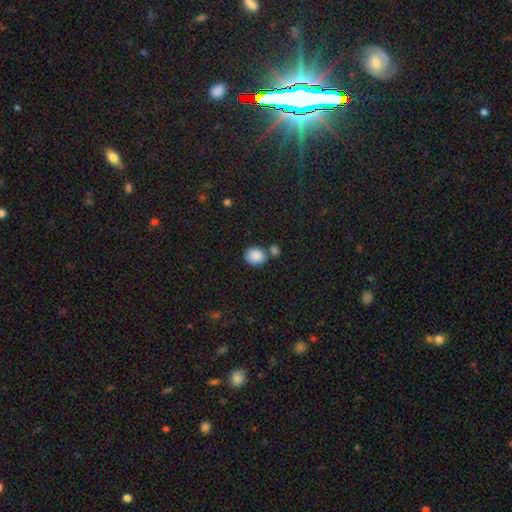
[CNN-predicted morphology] This is clearly a smooth galaxy (87%). How rounded: likely round (64%). Merging: likely none (65%).